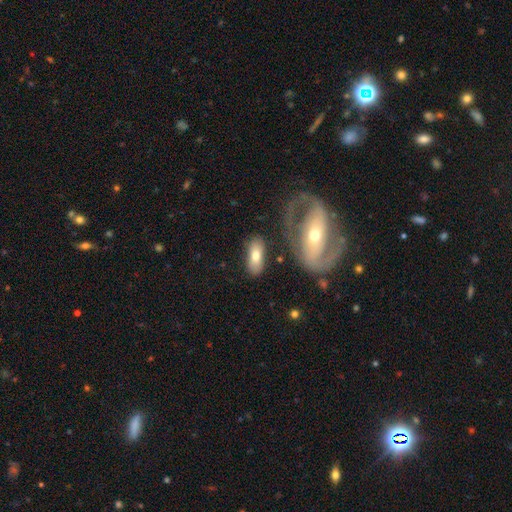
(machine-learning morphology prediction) This is likely a smooth galaxy (69%). How rounded: clearly in between (87%). Merging: likely none (70%).